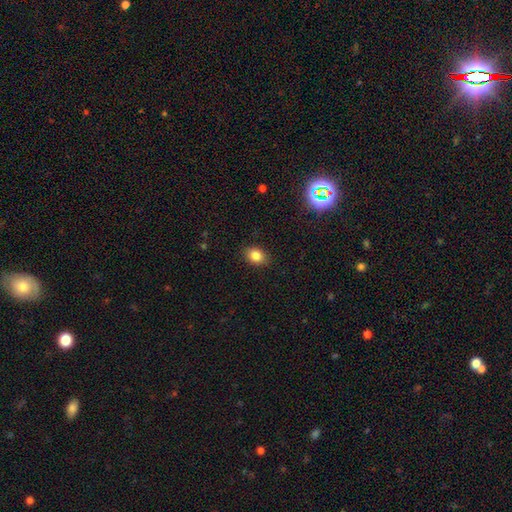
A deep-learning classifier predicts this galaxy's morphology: smooth_or_featured: smooth (p=0.84) [alt: star or artifact p=0.10]
how_rounded: in between (p=0.73) [alt: round p=0.26]
merging: none (p=0.87) [alt: minor disturbance p=0.09]